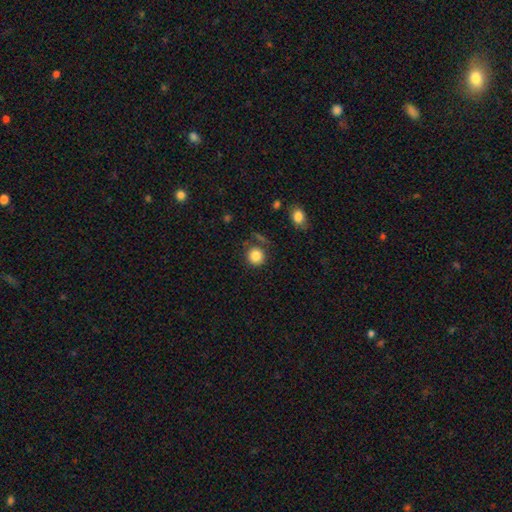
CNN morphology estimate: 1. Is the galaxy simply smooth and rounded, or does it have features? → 85% smooth, 10% star or artifact, 5% featured or disk.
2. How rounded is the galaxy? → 91% round, 8% in between, 1% cigar-shaped.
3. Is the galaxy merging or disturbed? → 78% none, 11% minor disturbance, 6% merger, 4% major disturbance.